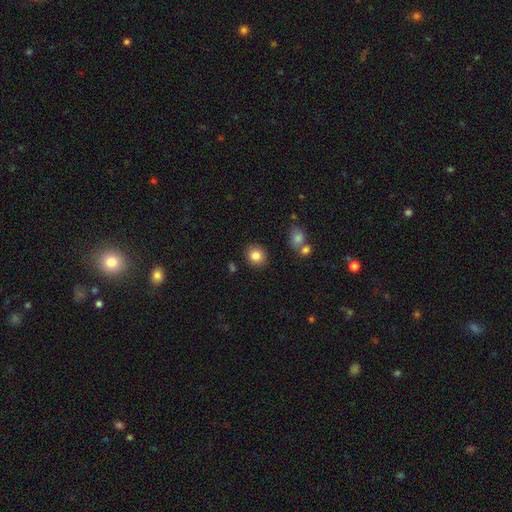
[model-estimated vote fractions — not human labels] Morphology: type=smooth (84%); roundness=round (74%); merging=none (87%).